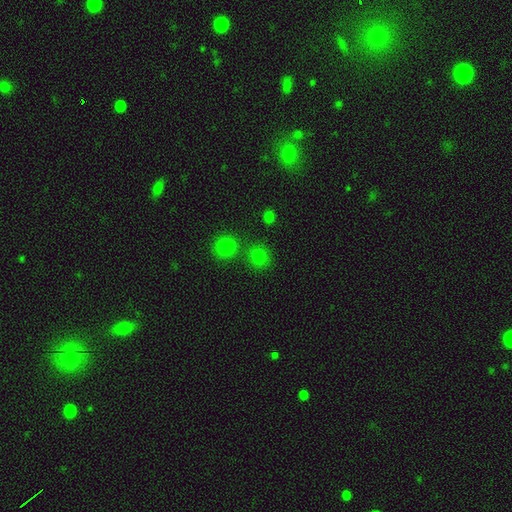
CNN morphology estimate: A smooth galaxy with no disk features (74%) that is round (84%).

Vote fractions:
- Smooth or featured? smooth: 74% / star or artifact: 20% / featured or disk: 6%
- How rounded? round: 84% / in between: 15% / cigar-shaped: 1%
- Merging? none: 67% / merger: 22% / minor disturbance: 8% / major disturbance: 3%